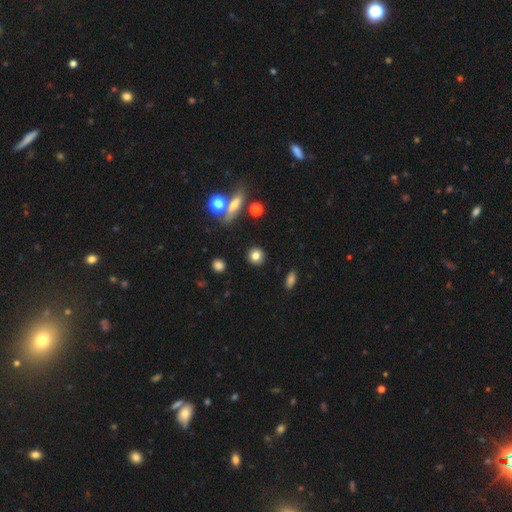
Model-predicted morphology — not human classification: smooth 80%, star or artifact 11%, featured or disk 9%. Down the decision tree: how rounded — round (87%); merging — none (88%).